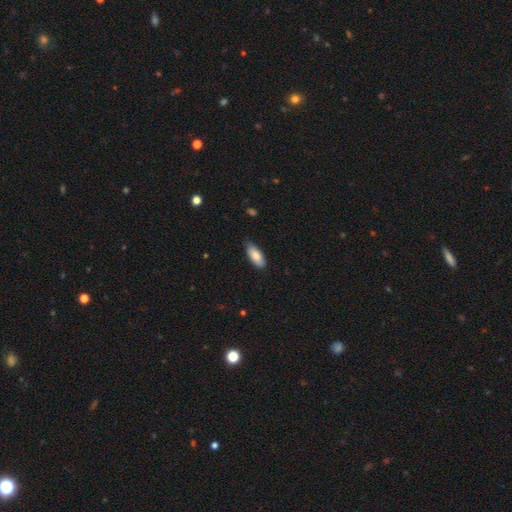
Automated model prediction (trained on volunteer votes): smooth_or_featured: smooth (p=0.84) [alt: featured or disk p=0.10]
how_rounded: in between (p=0.84) [alt: cigar-shaped p=0.14]
merging: none (p=0.76) [alt: minor disturbance p=0.21]